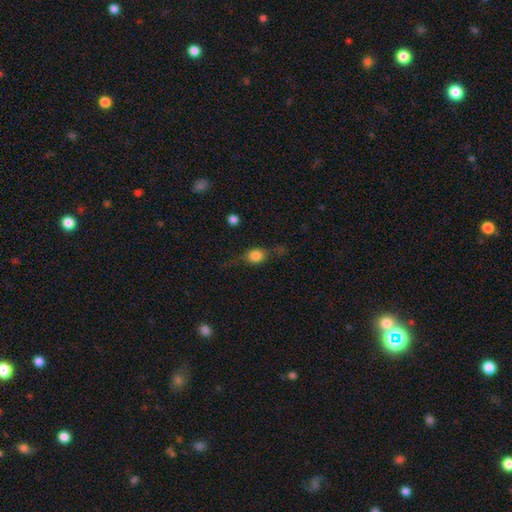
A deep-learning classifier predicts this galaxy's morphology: Smooth or featured?
  - smooth: 61% *
  - featured or disk: 29%
  - star or artifact: 10%
How rounded?
  - round: 54% *
  - in between: 38%
  - cigar-shaped: 8%
Merging?
  - none: 60% *
  - minor disturbance: 23%
  - major disturbance: 14%
  - merger: 3%